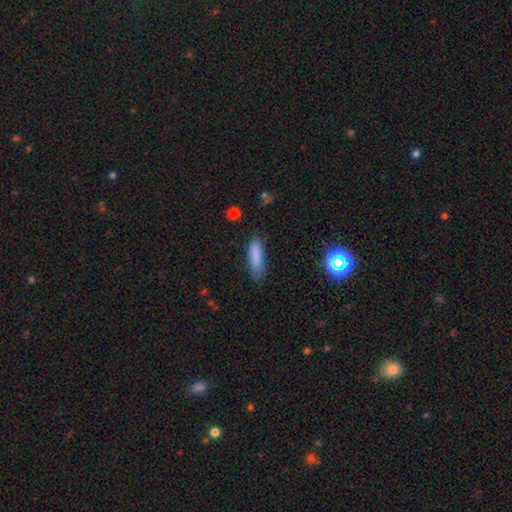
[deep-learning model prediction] Smooth or featured?
  - smooth: 84% *
  - star or artifact: 9%
  - featured or disk: 8%
How rounded?
  - cigar-shaped: 65% *
  - in between: 33%
  - round: 2%
Merging?
  - none: 78% *
  - minor disturbance: 16%
  - major disturbance: 4%
  - merger: 2%